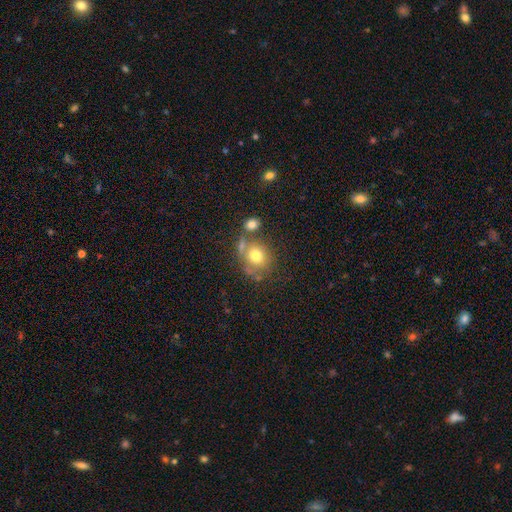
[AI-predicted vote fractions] This appears to be a smooth galaxy with no disk features (71%) that is round (74%). Merging: none (53%).